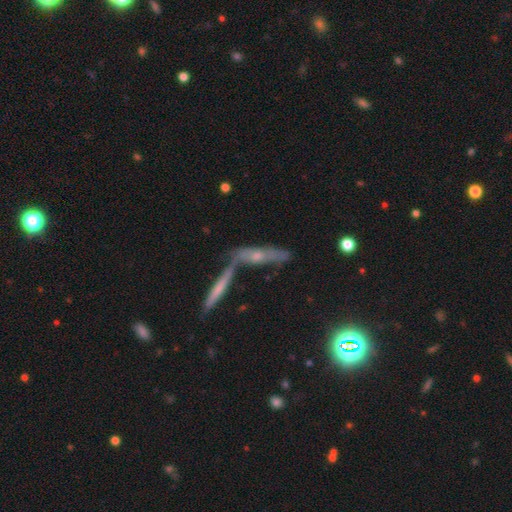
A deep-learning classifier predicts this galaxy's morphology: Smooth or featured? Predicted: featured or disk (p=0.56). Edge-on disk? Predicted: yes (p=0.77). Merging? Predicted: none (p=0.46).